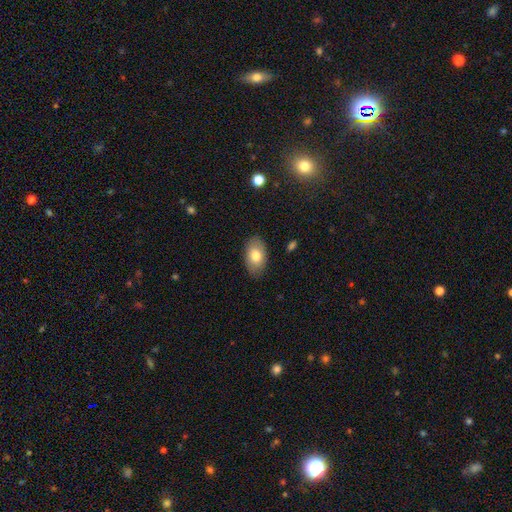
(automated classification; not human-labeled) Q: Smooth or featured?
A: smooth (78%); runner-up: featured or disk (15%)
Q: How rounded?
A: in between (92%); runner-up: round (7%)
Q: Merging?
A: none (85%); runner-up: minor disturbance (12%)